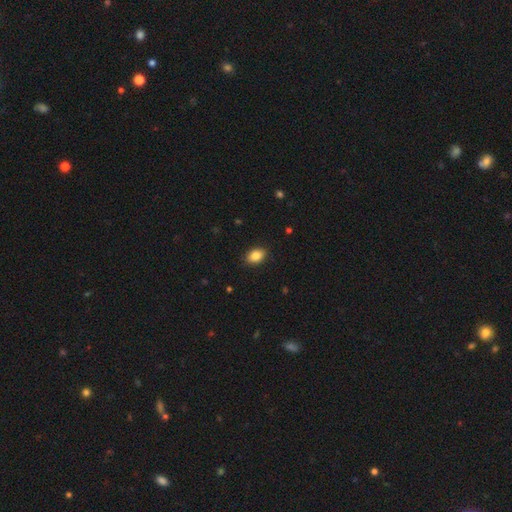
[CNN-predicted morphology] Q: Smooth or featured?
A: smooth (86%); runner-up: star or artifact (8%)
Q: How rounded?
A: in between (81%); runner-up: round (18%)
Q: Merging?
A: none (88%); runner-up: minor disturbance (9%)